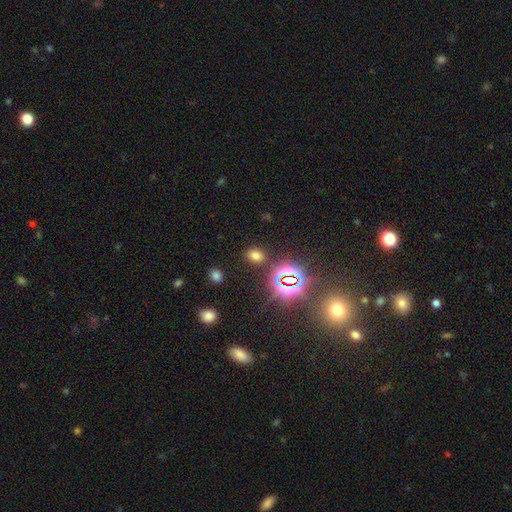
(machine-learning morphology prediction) Smooth or featured?
  - smooth: 62% *
  - star or artifact: 32%
  - featured or disk: 7%
How rounded?
  - in between: 63% *
  - round: 35%
  - cigar-shaped: 2%
Merging?
  - none: 84% *
  - minor disturbance: 8%
  - merger: 5%
  - major disturbance: 3%